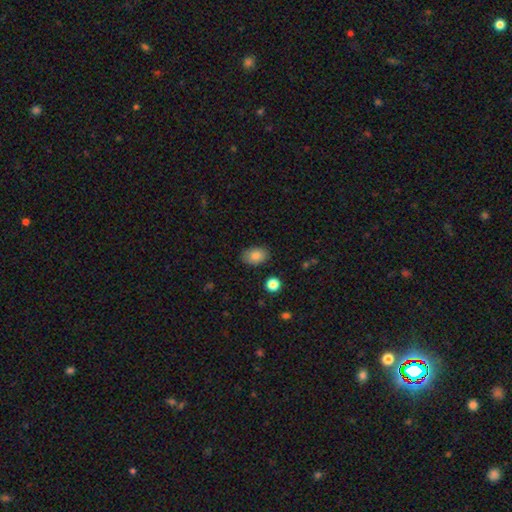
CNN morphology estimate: smooth_or_featured: smooth (p=0.85) [alt: star or artifact p=0.08]
how_rounded: in between (p=0.79) [alt: round p=0.20]
merging: none (p=0.86) [alt: minor disturbance p=0.10]